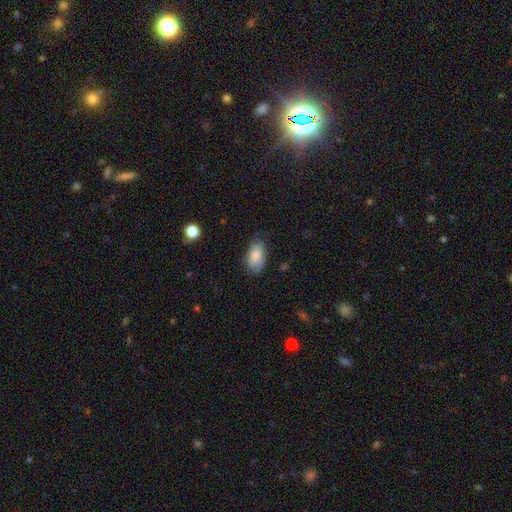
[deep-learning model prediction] This is clearly a smooth galaxy (83%). How rounded: clearly in between (93%). Merging: likely none (70%).